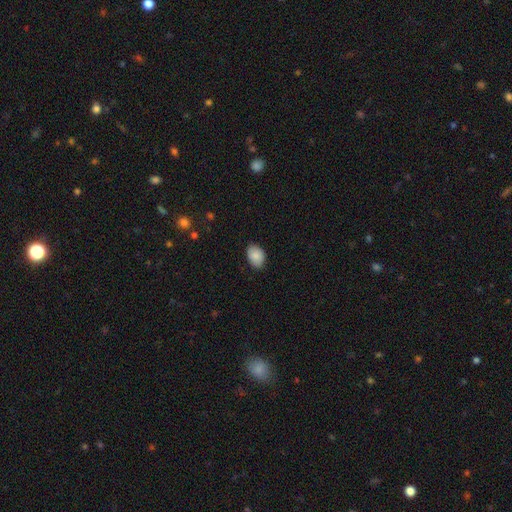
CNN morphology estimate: This appears to be a smooth galaxy with no disk features (87%) that is in between round and cigar-shaped (82%). Merging: none (82%).